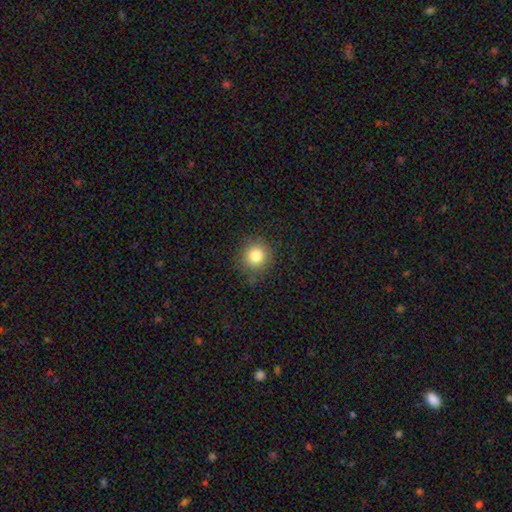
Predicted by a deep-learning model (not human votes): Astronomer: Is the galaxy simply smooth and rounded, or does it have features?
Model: smooth — 81%.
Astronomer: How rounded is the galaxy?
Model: round — 91%.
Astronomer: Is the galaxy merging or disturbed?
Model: none — 83%.